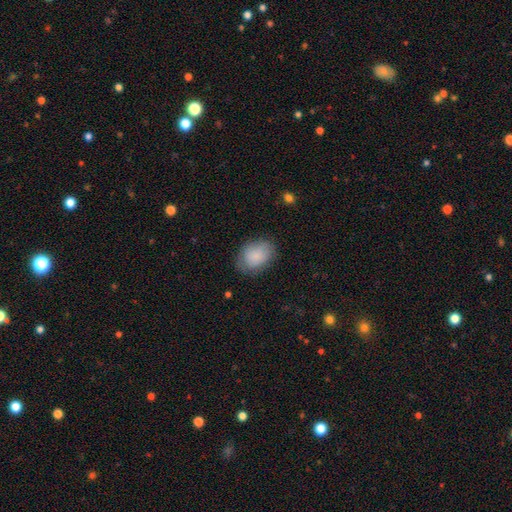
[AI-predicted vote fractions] Smooth or featured?
  - smooth: 84% *
  - featured or disk: 9%
  - star or artifact: 7%
How rounded?
  - in between: 76% *
  - round: 23%
  - cigar-shaped: 1%
Merging?
  - none: 74% *
  - minor disturbance: 20%
  - major disturbance: 5%
  - merger: 1%